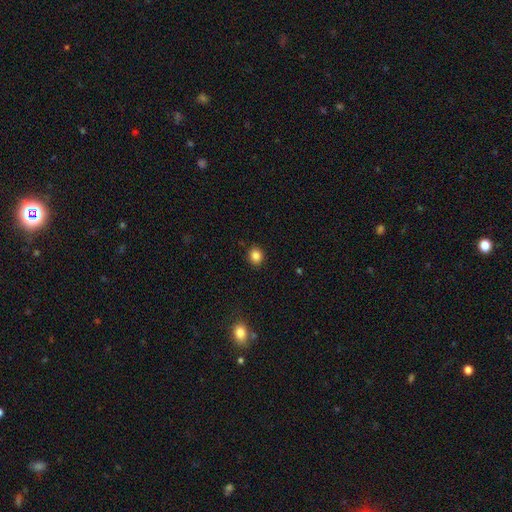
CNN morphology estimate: smooth_or_featured: smooth (p=0.85) [alt: star or artifact p=0.11]
how_rounded: round (p=0.75) [alt: in between p=0.25]
merging: none (p=0.90) [alt: minor disturbance p=0.07]